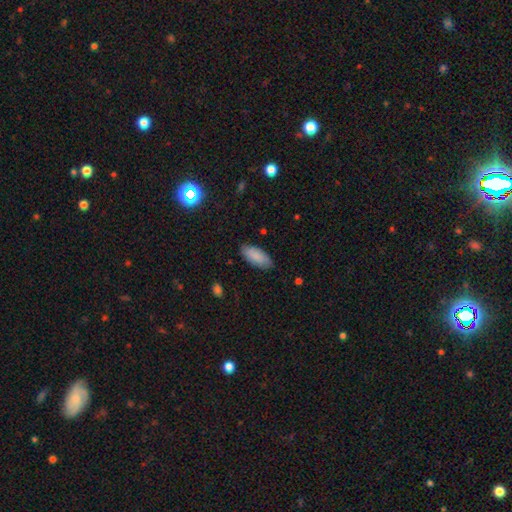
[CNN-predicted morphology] A smooth galaxy with no disk features (88%) that is in between round and cigar-shaped (86%). Merging: none (85%).